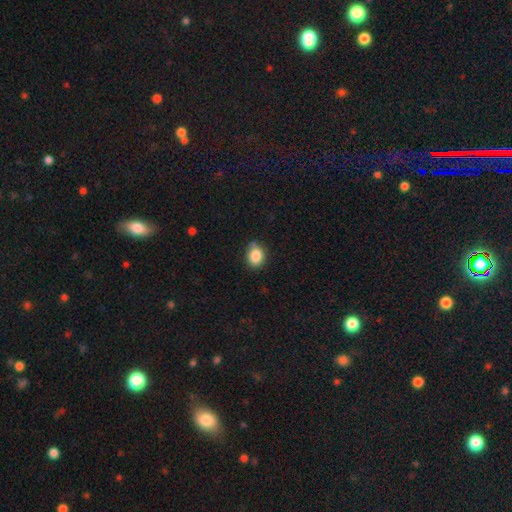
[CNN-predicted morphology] This is clearly a smooth galaxy (86%). How rounded: possibly round (55%). Merging: likely none (73%).